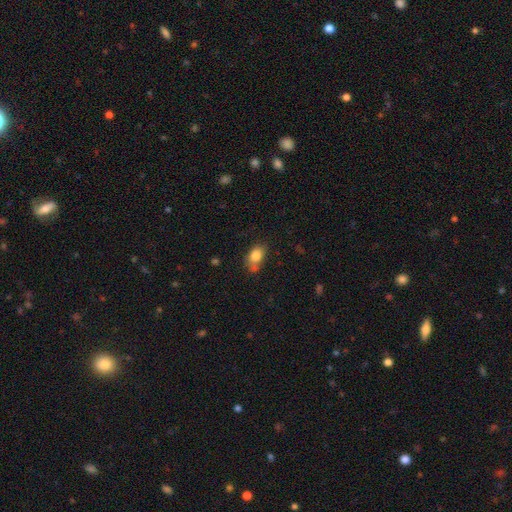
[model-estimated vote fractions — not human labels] Smooth or featured? Predicted: smooth (p=0.81). How rounded? Predicted: in between (p=0.78). Merging? Predicted: none (p=0.54).